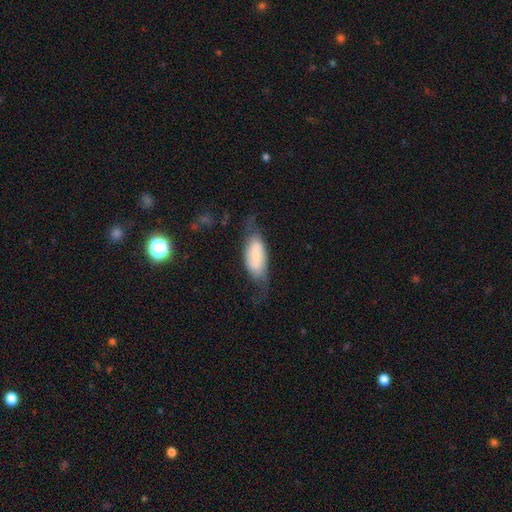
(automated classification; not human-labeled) A featured or disk galaxy (54%).

Vote fractions:
- Smooth or featured? featured or disk: 54% / smooth: 39% / star or artifact: 7%
- Edge-on disk? no: 88% / yes: 12%
- Merging? none: 53% / minor disturbance: 25% / major disturbance: 20% / merger: 2%